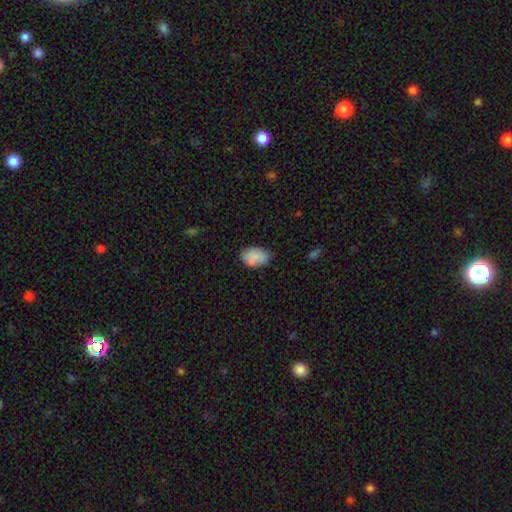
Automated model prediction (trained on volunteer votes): Overall: smooth (83%). How rounded: in between (87%). Merging: none (70%).